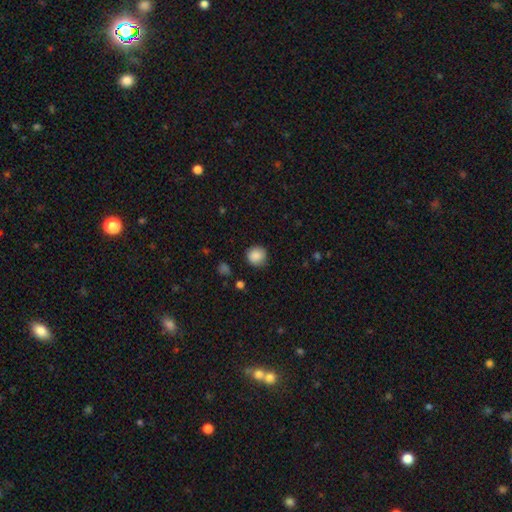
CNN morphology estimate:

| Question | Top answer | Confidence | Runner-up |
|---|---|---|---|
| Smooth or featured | smooth | 87% | star or artifact (9%) |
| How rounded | round | 92% | in between (7%) |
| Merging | none | 84% | minor disturbance (12%) |